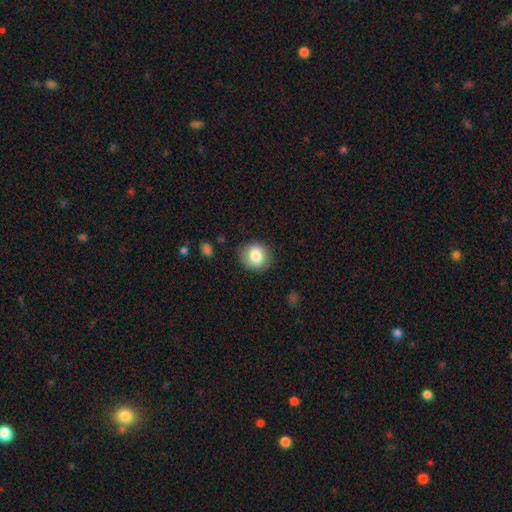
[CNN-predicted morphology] Smooth or featured? Predicted: smooth (p=0.81). How rounded? Predicted: round (p=0.80). Merging? Predicted: none (p=0.83).